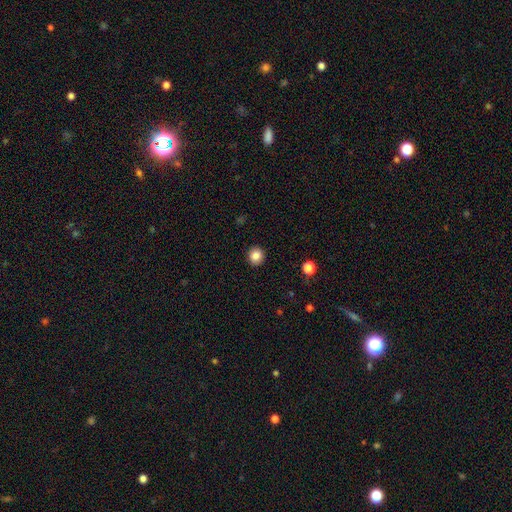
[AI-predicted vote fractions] smooth 85%, star or artifact 10%, featured or disk 5%. Down the decision tree: how rounded — round (90%); merging — none (92%).